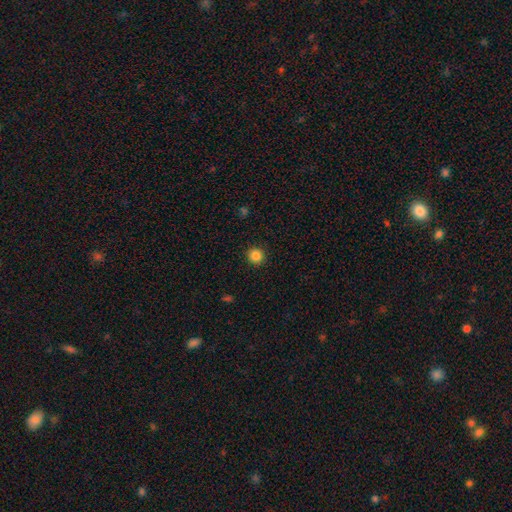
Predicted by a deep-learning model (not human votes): Smooth or featured? Predicted: smooth (p=0.85). How rounded? Predicted: round (p=0.94). Merging? Predicted: none (p=0.92).